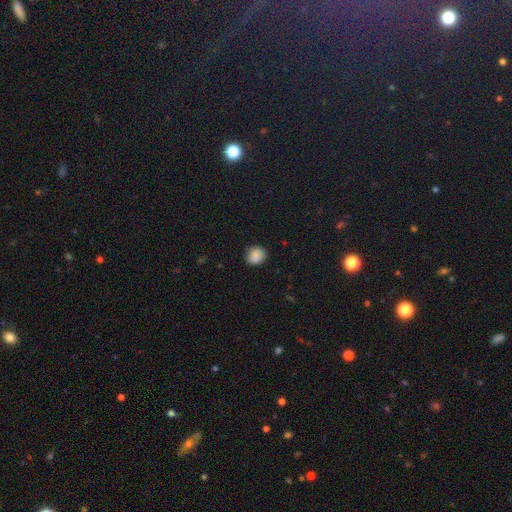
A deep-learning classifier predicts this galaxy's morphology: The model was most divided on "how rounded": round: 71%, in between: 28%, cigar-shaped: 1%. More confident: smooth or featured — smooth (84%); merging — none (77%).